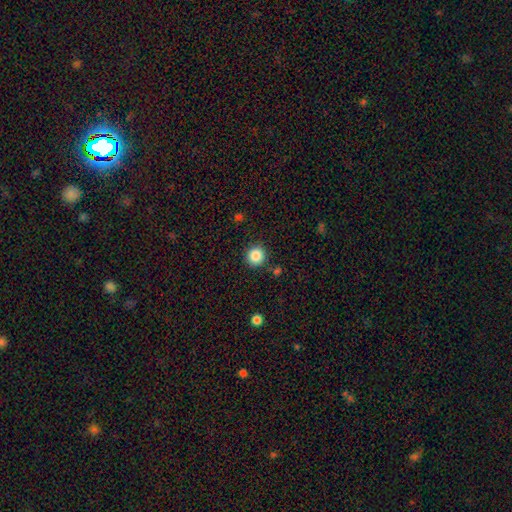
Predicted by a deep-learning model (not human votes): Smooth or featured: smooth — 86% (star or artifact — 10%)
How rounded: round — 94% (in between — 5%)
Merging: none — 89% (minor disturbance — 7%)